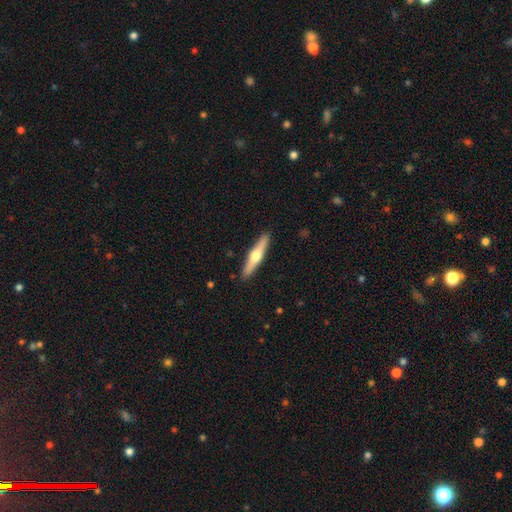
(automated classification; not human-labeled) Smooth or featured? Predicted: featured or disk (p=0.58). Edge-on disk? Predicted: yes (p=0.95). Edge-on bulge? Predicted: rounded (p=0.95). Merging? Predicted: none (p=0.91).